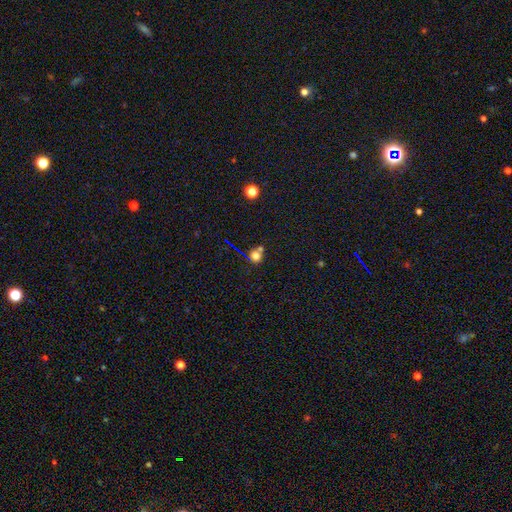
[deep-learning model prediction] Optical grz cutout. It shows a smooth galaxy with no disk features (67%) that is round (82%). Merging: none (56%).